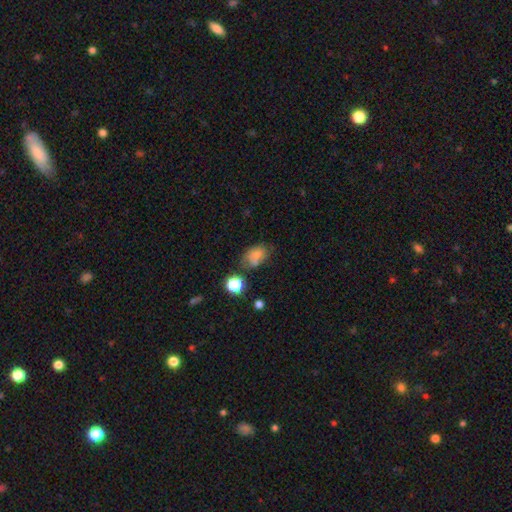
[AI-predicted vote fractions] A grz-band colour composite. It shows a smooth galaxy with no disk features (72%) that is in between round and cigar-shaped (76%). Merging: none (48%).